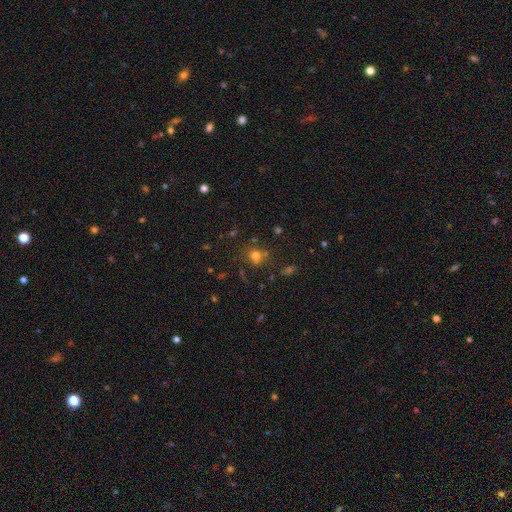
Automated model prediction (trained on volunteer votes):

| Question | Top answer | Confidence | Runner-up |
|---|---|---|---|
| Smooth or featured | smooth | 69% | star or artifact (22%) |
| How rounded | round | 85% | in between (14%) |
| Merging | none | 73% | minor disturbance (12%) |